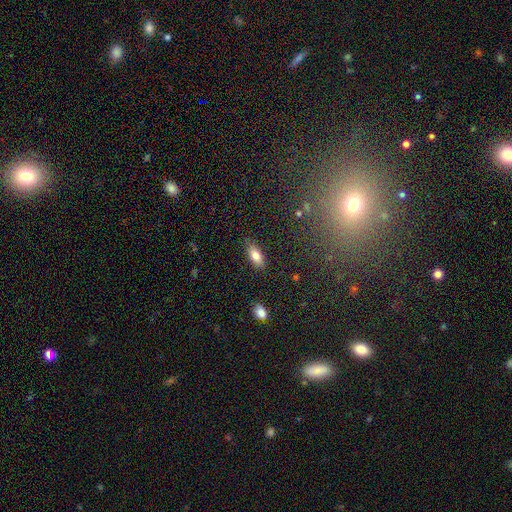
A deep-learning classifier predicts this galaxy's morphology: Smooth or featured: smooth — 78% (featured or disk — 14%)
How rounded: in between — 83% (cigar-shaped — 13%)
Merging: none — 83% (minor disturbance — 13%)